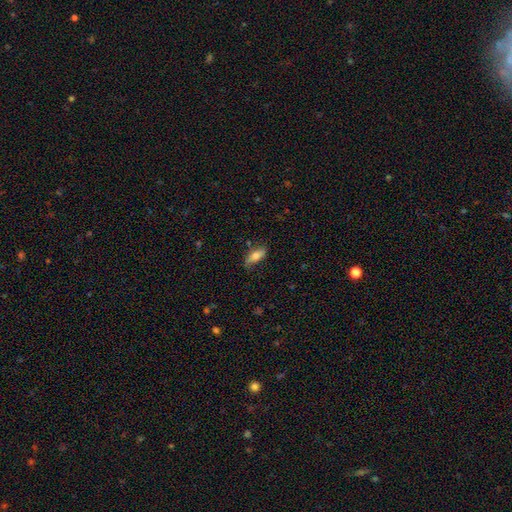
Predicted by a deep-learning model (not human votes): Overall: smooth (68%). How rounded: in between (73%). Merging: none (68%).